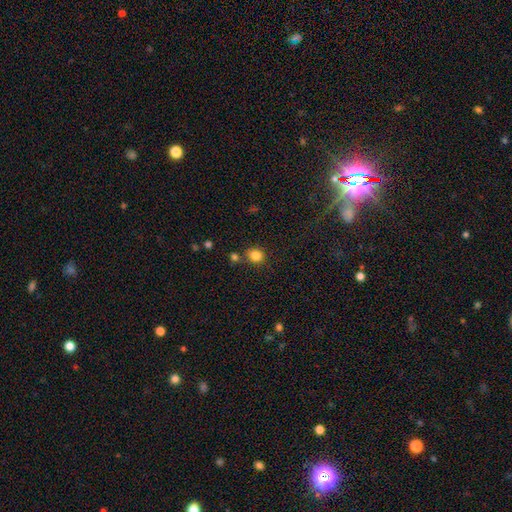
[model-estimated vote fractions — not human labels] Morphology: type=smooth (83%); roundness=round (76%); merging=none (75%).